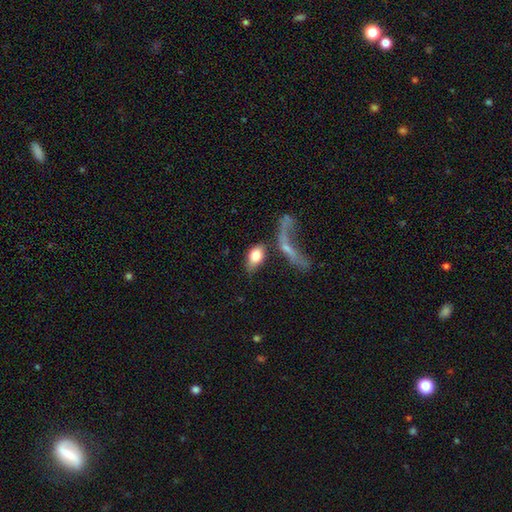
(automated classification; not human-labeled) A smooth galaxy with no disk features (73%) that is in between round and cigar-shaped (86%). Merging: none (42%).